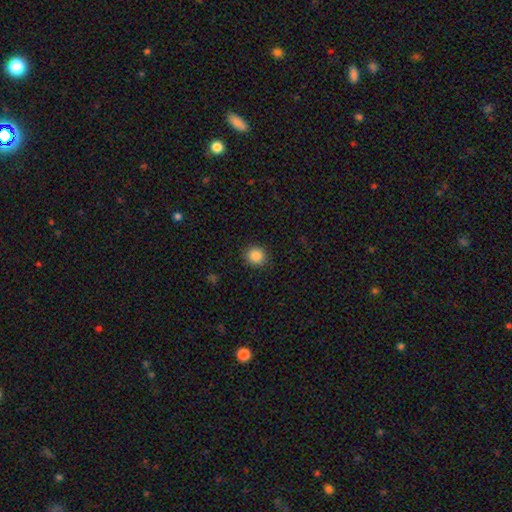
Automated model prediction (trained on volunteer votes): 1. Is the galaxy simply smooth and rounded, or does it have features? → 86% smooth, 10% star or artifact, 4% featured or disk.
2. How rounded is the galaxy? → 87% round, 12% in between, 1% cigar-shaped.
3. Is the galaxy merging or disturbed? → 91% none, 6% minor disturbance, 2% major disturbance, 1% merger.